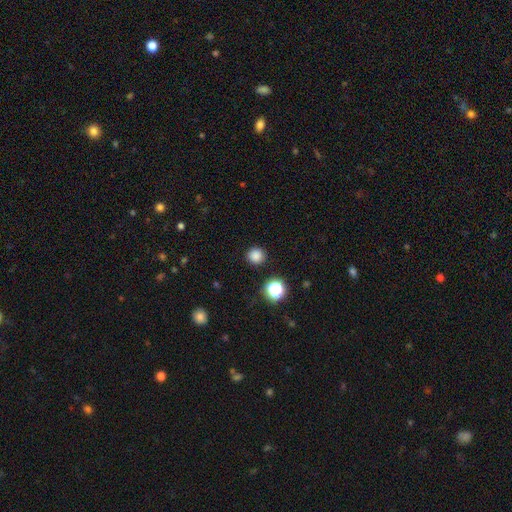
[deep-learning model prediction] This appears to be a smooth galaxy with no disk features (83%) that is round (92%). Merging: none (90%).